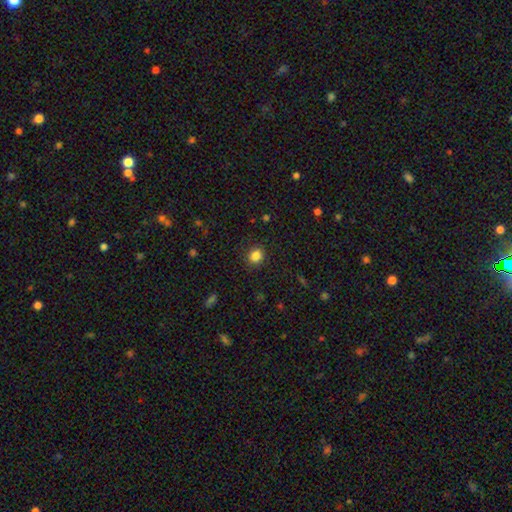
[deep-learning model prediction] smooth_or_featured: smooth (p=0.84) [alt: star or artifact p=0.11]
how_rounded: round (p=0.78) [alt: in between p=0.21]
merging: none (p=0.89) [alt: minor disturbance p=0.07]